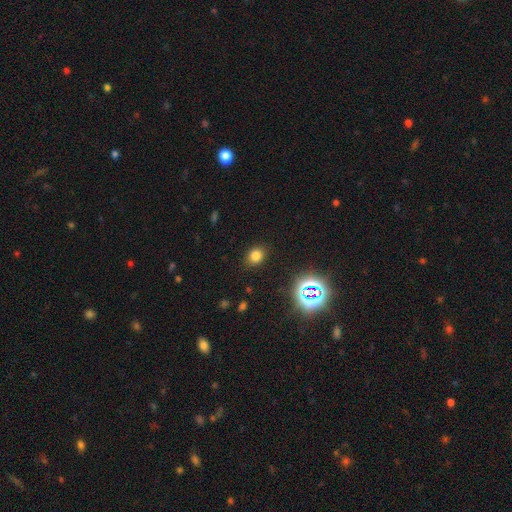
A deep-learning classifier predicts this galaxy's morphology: The model was most divided on "how rounded": round: 52%, in between: 47%, cigar-shaped: 1%. More confident: merging — none (86%); smooth or featured — smooth (74%).